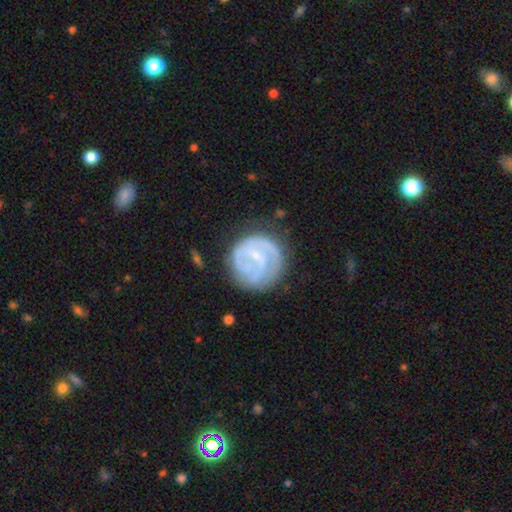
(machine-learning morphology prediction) Smooth or featured?
  - featured or disk: 78% *
  - smooth: 17%
  - star or artifact: 6%
Edge-on disk?
  - no: 98% *
  - yes: 2%
Bar?
  - weak: 47% *
  - no: 39%
  - strong: 14%
Spiral arms?
  - yes: 91% *
  - no: 9%
Spiral winding?
  - tight: 61% *
  - medium: 30%
  - loose: 9%
Spiral arm count?
  - 2: 42% *
  - can't tell: 24%
  - 3: 18%
  - 1: 8%
  - 4: 4%
  - more than 4: 4%
Bulge size?
  - small: 72% *
  - none: 13%
  - moderate: 13%
  - large: 1%
  - dominant: 1%
Merging?
  - none: 72% *
  - minor disturbance: 17%
  - major disturbance: 9%
  - merger: 2%